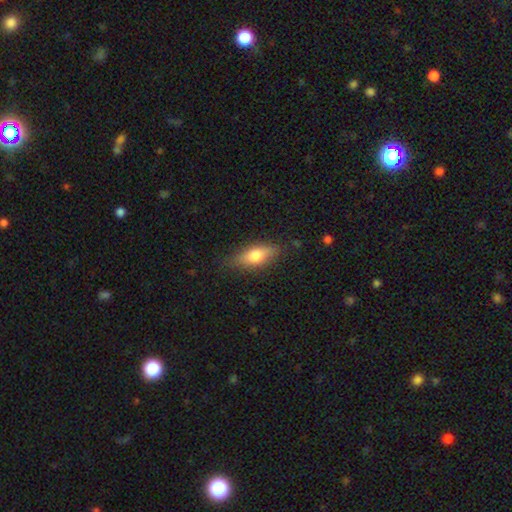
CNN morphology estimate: This appears to be a smooth galaxy with no disk features (68%) that is in between round and cigar-shaped (69%). Merging: none (79%).